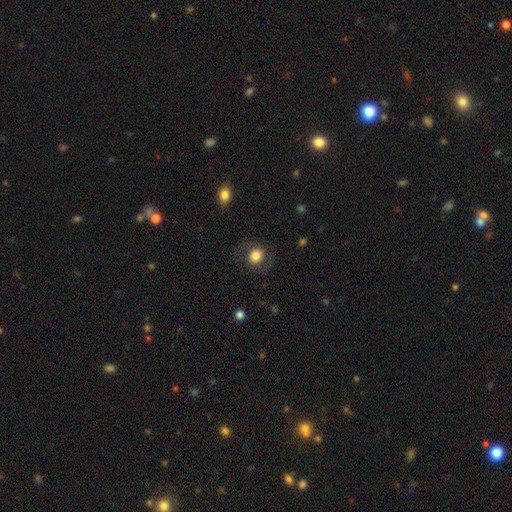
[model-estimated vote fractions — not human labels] smooth_or_featured: smooth (p=0.70) [alt: featured or disk p=0.22]
how_rounded: round (p=0.64) [alt: in between p=0.35]
merging: none (p=0.74) [alt: minor disturbance p=0.15]